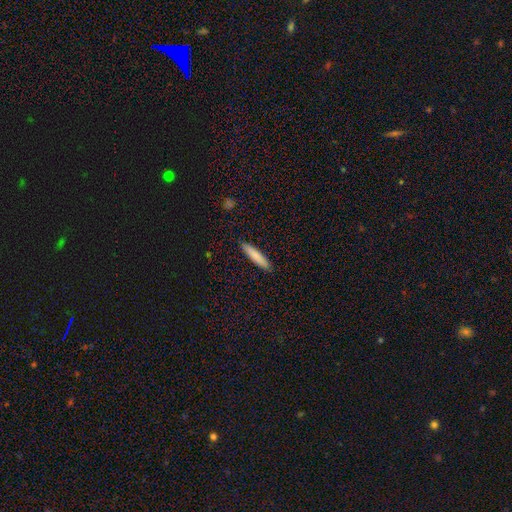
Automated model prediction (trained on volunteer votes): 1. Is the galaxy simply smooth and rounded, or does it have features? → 81% smooth, 13% featured or disk, 6% star or artifact.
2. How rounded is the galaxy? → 87% cigar-shaped, 12% in between, 1% round.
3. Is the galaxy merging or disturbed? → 90% none, 7% minor disturbance, 2% major disturbance, 1% merger.